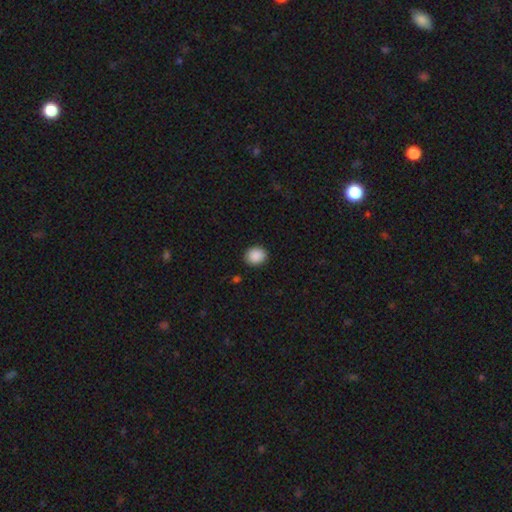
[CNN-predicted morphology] Q: Smooth or featured?
A: smooth (89%); runner-up: star or artifact (8%)
Q: How rounded?
A: round (68%); runner-up: in between (32%)
Q: Merging?
A: none (88%); runner-up: minor disturbance (9%)